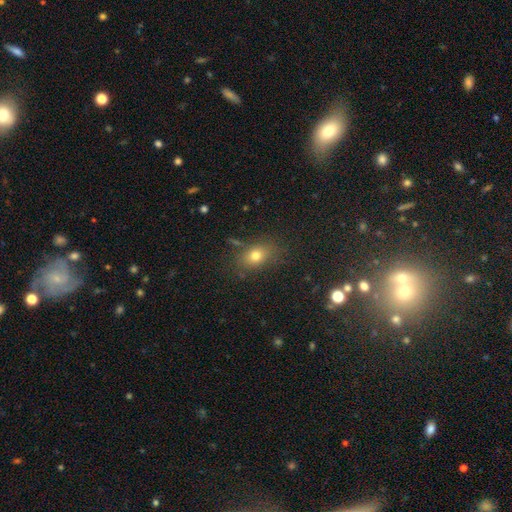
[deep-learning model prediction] Morphology: type=smooth (74%); roundness=in between (71%); merging=none (77%).